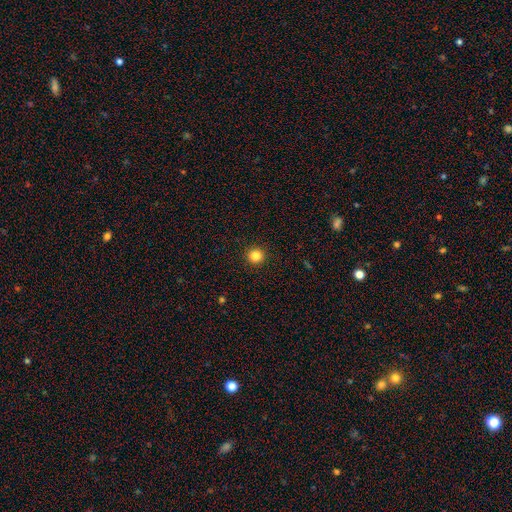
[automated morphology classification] Smooth or featured? Predicted: smooth (p=0.84). How rounded? Predicted: round (p=0.95). Merging? Predicted: none (p=0.93).